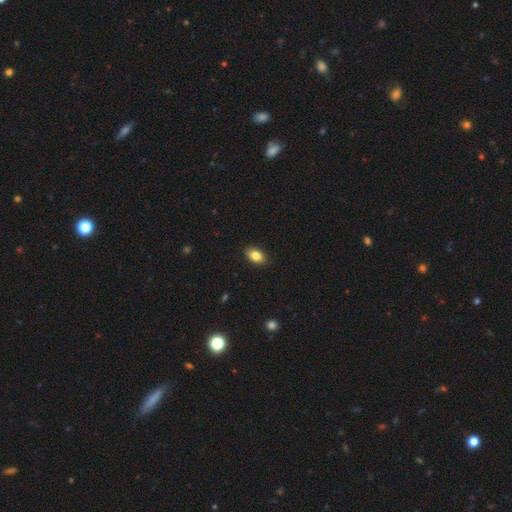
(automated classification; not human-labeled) The model was most divided on "smooth or featured": smooth: 86%, star or artifact: 8%, featured or disk: 6%. More confident: how rounded — in between (89%); merging — none (88%).